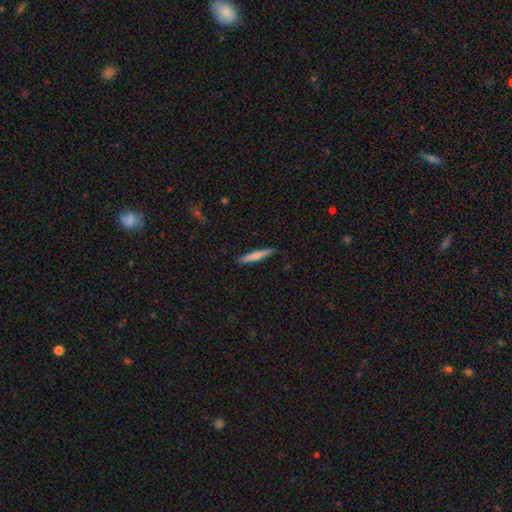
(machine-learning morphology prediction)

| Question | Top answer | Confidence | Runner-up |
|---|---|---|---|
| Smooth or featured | smooth | 60% | featured or disk (34%) |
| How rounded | cigar-shaped | 94% | in between (4%) |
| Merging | none | 91% | minor disturbance (7%) |